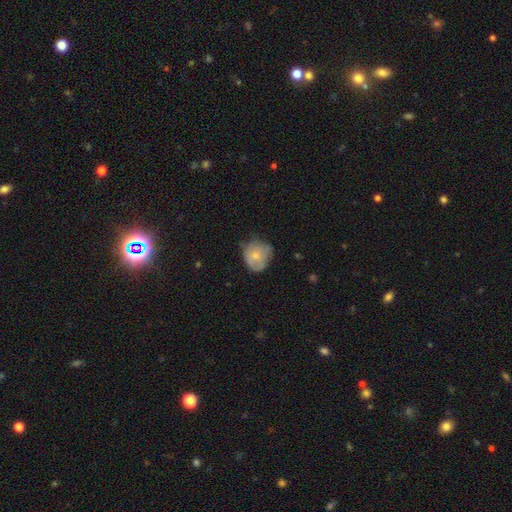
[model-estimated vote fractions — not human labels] Q: Smooth or featured?
A: smooth (63%); runner-up: featured or disk (29%)
Q: How rounded?
A: round (72%); runner-up: in between (27%)
Q: Merging?
A: none (51%); runner-up: minor disturbance (35%)